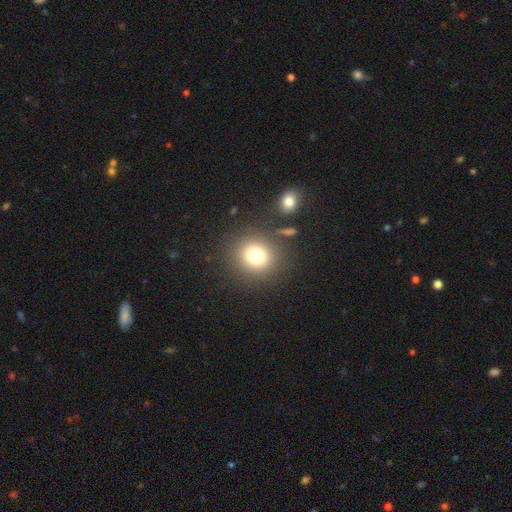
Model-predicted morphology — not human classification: Q: Smooth or featured?
A: smooth (76%); runner-up: star or artifact (14%)
Q: How rounded?
A: round (88%); runner-up: in between (11%)
Q: Merging?
A: none (83%); runner-up: minor disturbance (8%)